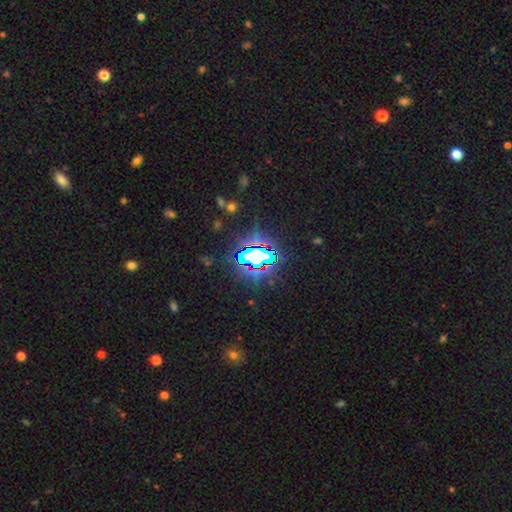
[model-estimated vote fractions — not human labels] This is likely a star or artifact rather than a galaxy (74%).